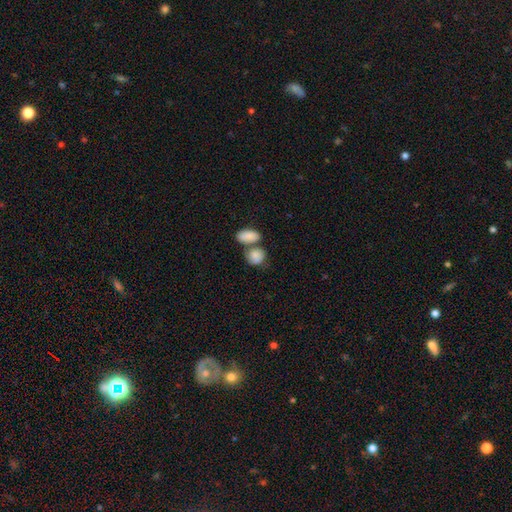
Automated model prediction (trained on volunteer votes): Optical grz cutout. It shows a smooth galaxy with no disk features (84%) that is in between round and cigar-shaped (59%). Merging: merger (46%).